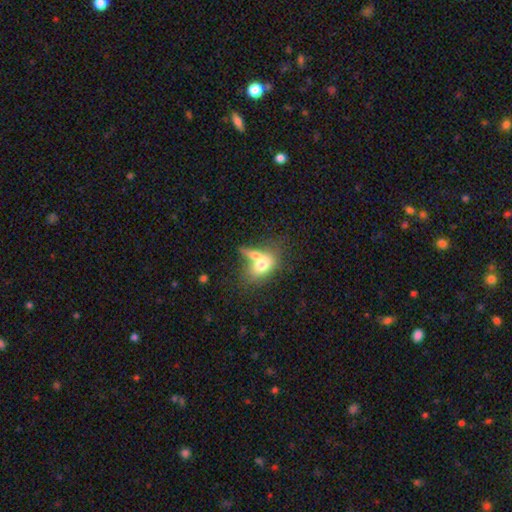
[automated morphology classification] Smooth or featured? smooth (71%)
How rounded? in between (78%)
Merging? merger (56%)